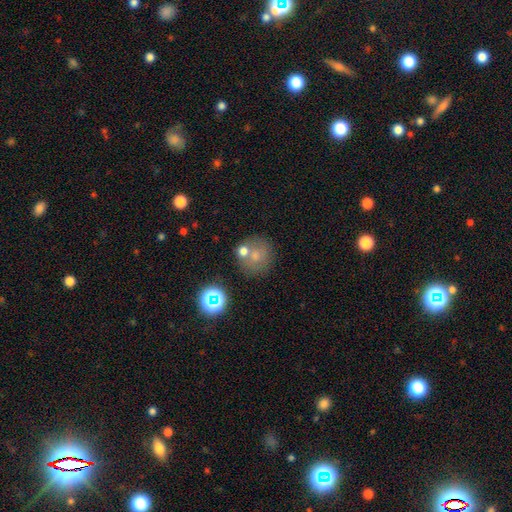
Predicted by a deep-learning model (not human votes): Smooth or featured? smooth (63%)
How rounded? round (86%)
Merging? none (57%)